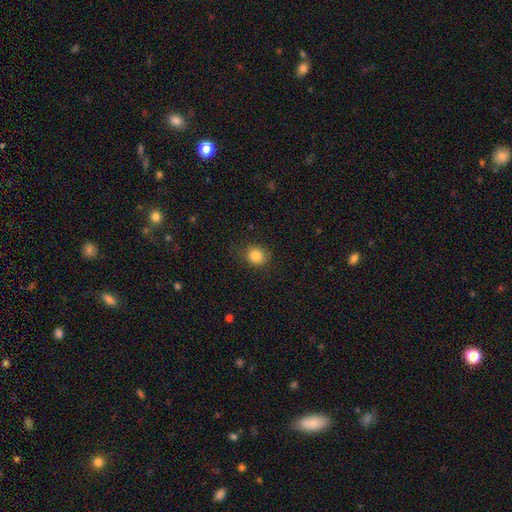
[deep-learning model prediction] Q: Smooth or featured?
A: smooth (84%); runner-up: star or artifact (10%)
Q: How rounded?
A: round (73%); runner-up: in between (26%)
Q: Merging?
A: none (81%); runner-up: minor disturbance (14%)